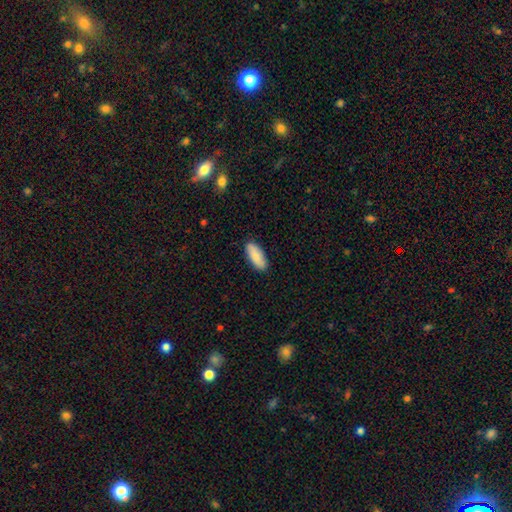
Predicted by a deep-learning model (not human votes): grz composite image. It shows a smooth galaxy with no disk features (87%) that is in between round and cigar-shaped (81%). Merging: none (88%).